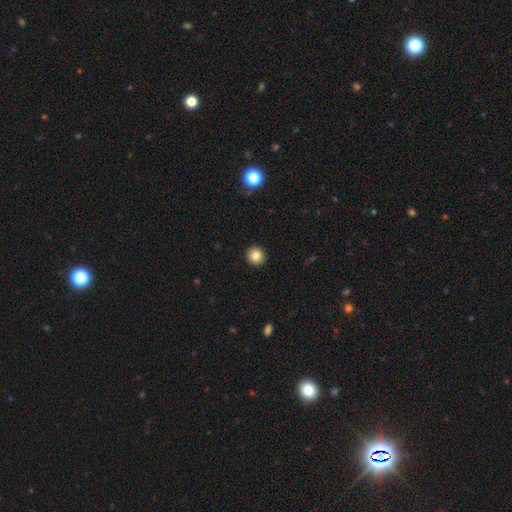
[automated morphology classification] A smooth galaxy with no disk features (84%) that is round (92%). Merging: none (93%).